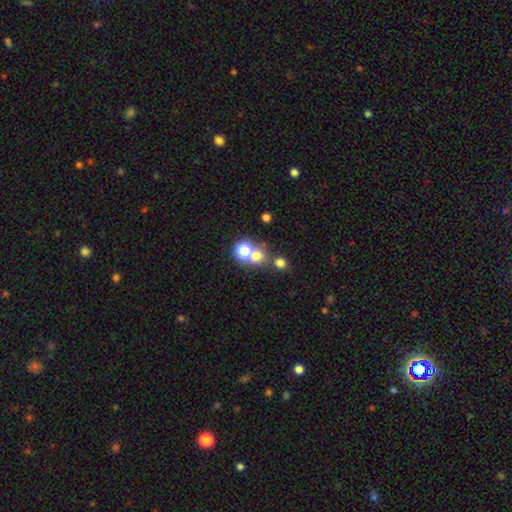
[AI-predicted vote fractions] A smooth galaxy with no disk features (64%) that is round (85%).

Vote fractions:
- Smooth or featured? smooth: 64% / star or artifact: 25% / featured or disk: 11%
- How rounded? round: 85% / in between: 14% / cigar-shaped: 1%
- Merging? none: 55% / merger: 35% / minor disturbance: 6% / major disturbance: 4%